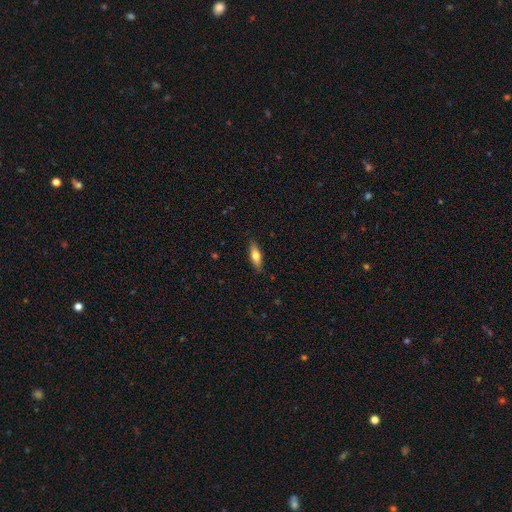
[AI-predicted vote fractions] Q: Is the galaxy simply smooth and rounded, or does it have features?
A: smooth — 65%.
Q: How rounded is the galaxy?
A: in between — 55%.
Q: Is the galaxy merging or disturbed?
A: none — 87%.